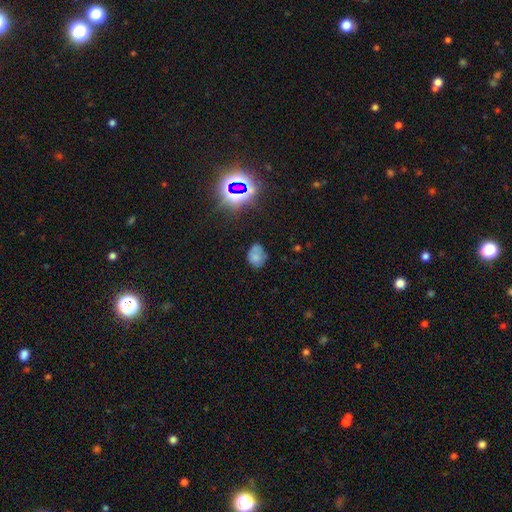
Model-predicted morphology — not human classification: type=smooth (68%); roundness=in between (53%); merging=none (59%).